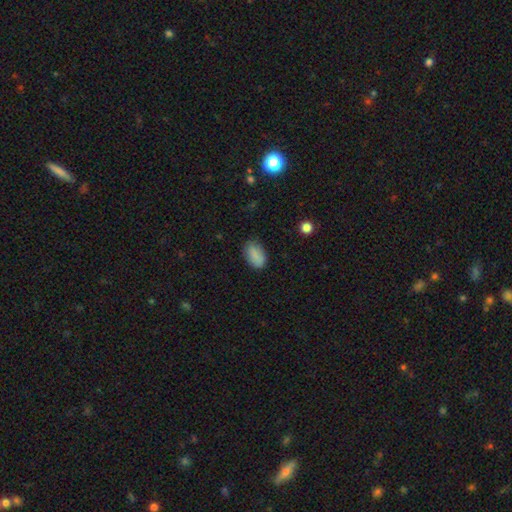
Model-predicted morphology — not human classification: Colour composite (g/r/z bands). It shows a smooth galaxy with no disk features (85%) that is in between round and cigar-shaped (92%). Merging: none (78%).